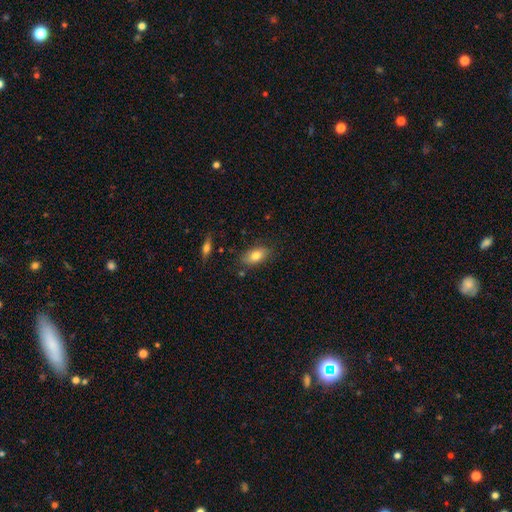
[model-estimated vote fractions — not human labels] A smooth galaxy with no disk features (79%) that is in between round and cigar-shaped (88%).

Vote fractions:
- Smooth or featured? smooth: 79% / featured or disk: 14% / star or artifact: 7%
- How rounded? in between: 88% / cigar-shaped: 8% / round: 5%
- Merging? none: 80% / minor disturbance: 15% / major disturbance: 3% / merger: 3%